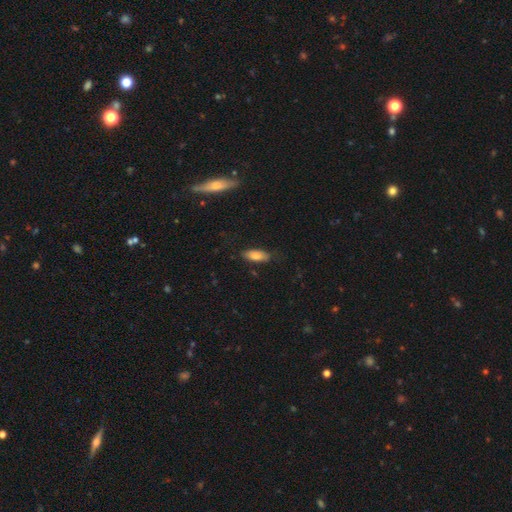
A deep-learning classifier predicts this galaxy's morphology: smooth 78%, featured or disk 16%, star or artifact 7%. Down the decision tree: how rounded — in between (79%); merging — none (80%).